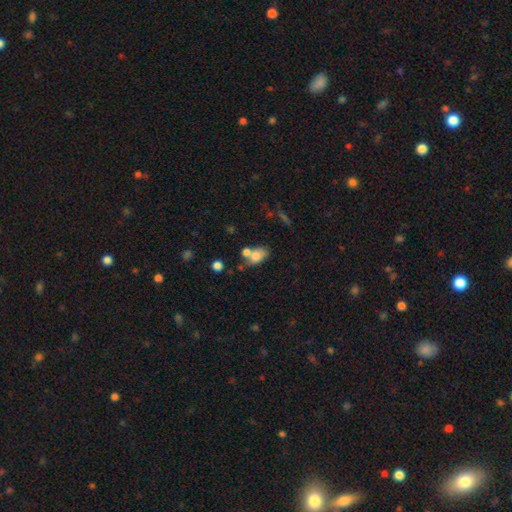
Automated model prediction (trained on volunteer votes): Smooth or featured: smooth — 72% (featured or disk — 19%)
How rounded: in between — 80% (round — 18%)
Merging: merger — 39% (none — 38%)